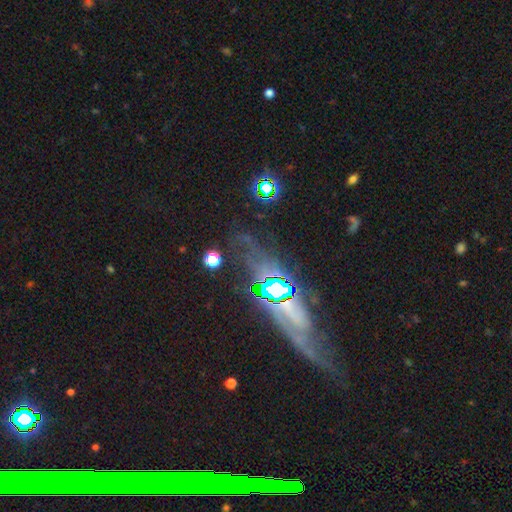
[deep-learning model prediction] Smooth or featured?
  - featured or disk: 51% *
  - star or artifact: 31%
  - smooth: 17%
Edge-on disk?
  - yes: 57% *
  - no: 43%
Merging?
  - none: 61% *
  - minor disturbance: 18%
  - major disturbance: 14%
  - merger: 7%